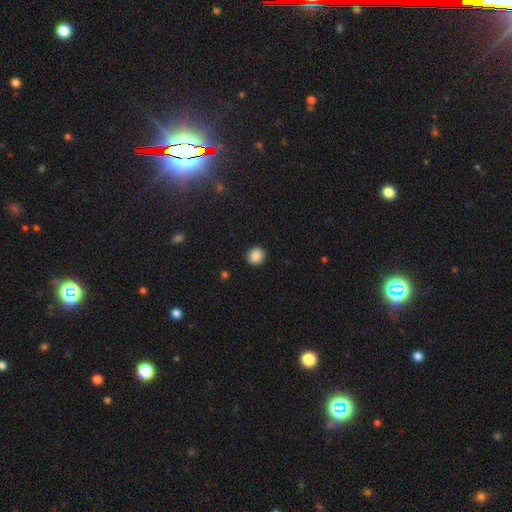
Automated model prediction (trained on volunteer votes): Smooth or featured? smooth (87%)
How rounded? round (83%)
Merging? none (90%)